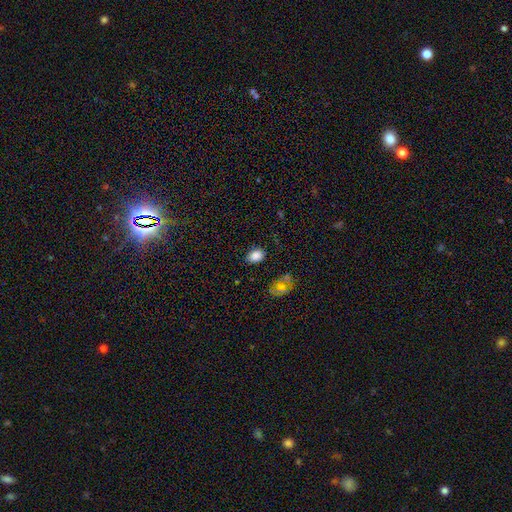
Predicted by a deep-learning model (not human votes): This appears to be a smooth galaxy with no disk features (85%) that is in between round and cigar-shaped (72%). Merging: none (81%).